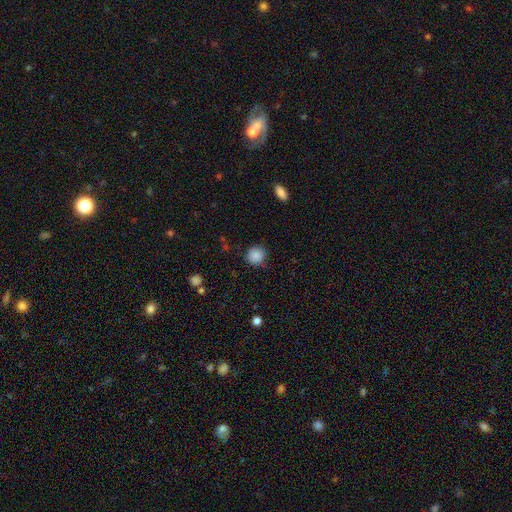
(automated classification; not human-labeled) This appears to be a smooth galaxy with no disk features (87%) that is round (91%). Merging: none (84%).